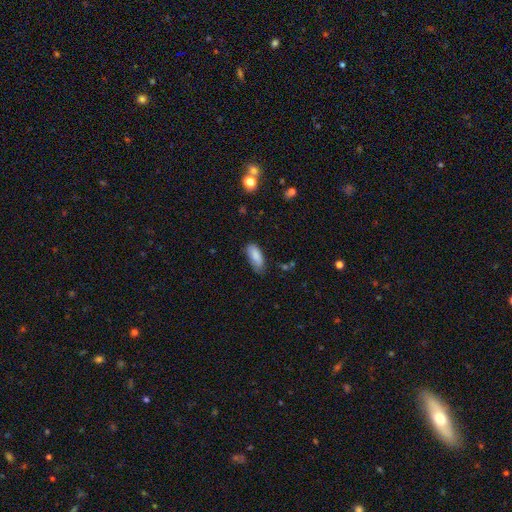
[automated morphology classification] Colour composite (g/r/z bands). It shows a smooth galaxy with no disk features (85%) that is in between round and cigar-shaped (85%). Merging: none (63%).